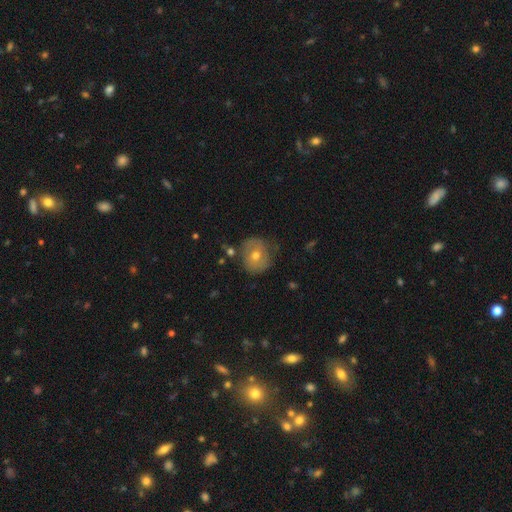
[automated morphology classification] This appears to be a smooth galaxy with no disk features (46%). Merging: none (75%).